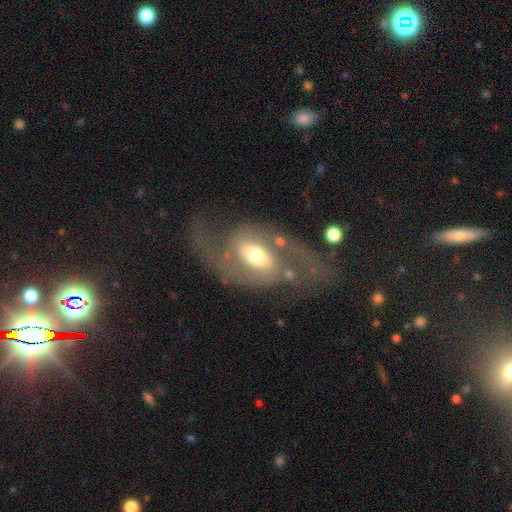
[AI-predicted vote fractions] The model was most divided on "spiral winding": medium: 42%, loose: 41%, tight: 17%. Remaining: edge-on disk — no (94%); spiral arm count — 2 (84%); spiral arms — yes (75%); smooth or featured — featured or disk (75%); bulge size — moderate (65%); merging — none (52%); bar — no (40%).